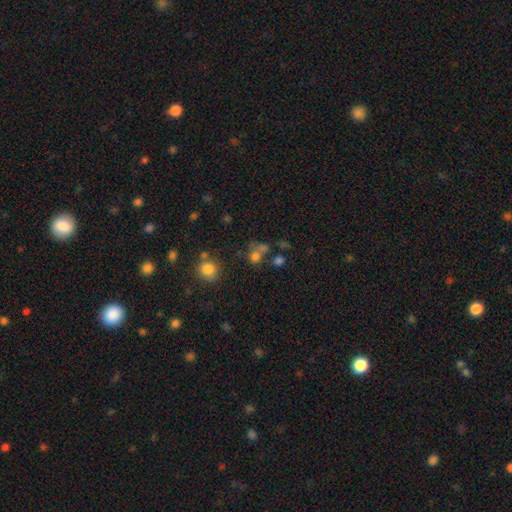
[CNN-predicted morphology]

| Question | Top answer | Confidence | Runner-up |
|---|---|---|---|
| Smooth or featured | smooth | 69% | star or artifact (20%) |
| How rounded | round | 76% | in between (23%) |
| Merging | none | 49% | merger (32%) |